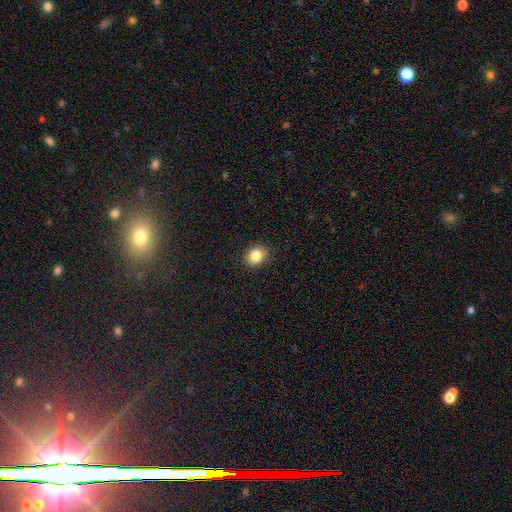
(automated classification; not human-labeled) This is clearly a smooth galaxy (84%). How rounded: possibly in between (51%). Merging: clearly none (88%).